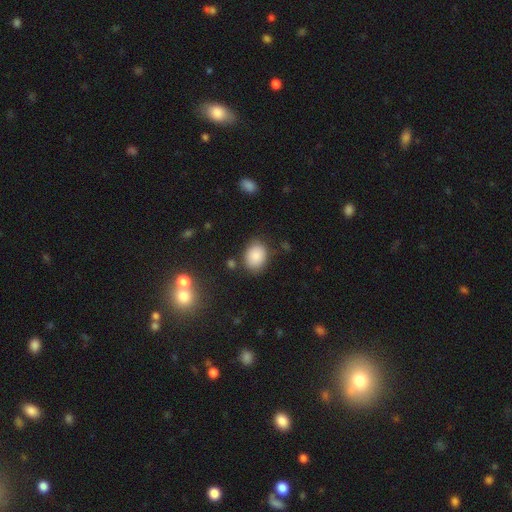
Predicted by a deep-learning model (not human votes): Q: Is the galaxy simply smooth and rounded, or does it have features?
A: smooth — 87%.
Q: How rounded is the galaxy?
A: in between — 62%.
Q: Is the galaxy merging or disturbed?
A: none — 79%.